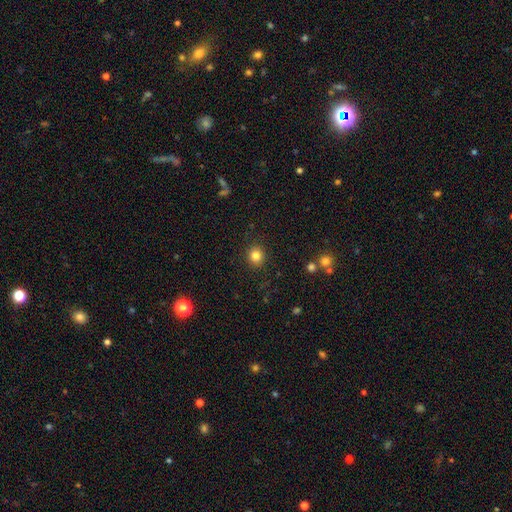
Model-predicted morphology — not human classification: type=smooth (83%); roundness=round (87%); merging=none (91%).